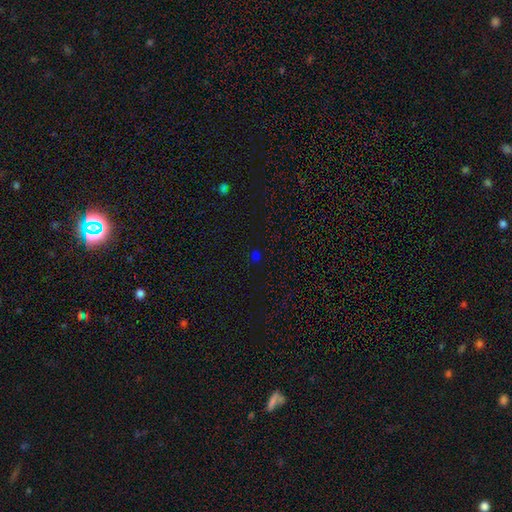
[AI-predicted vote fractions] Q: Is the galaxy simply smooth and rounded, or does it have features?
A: smooth — 52%.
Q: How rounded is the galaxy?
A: round — 80%.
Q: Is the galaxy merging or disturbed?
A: none — 82%.